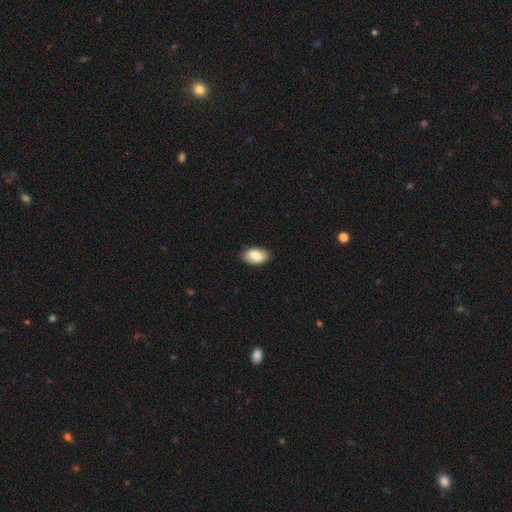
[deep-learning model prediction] Overall: smooth (84%). How rounded: in between (93%). Merging: none (87%).